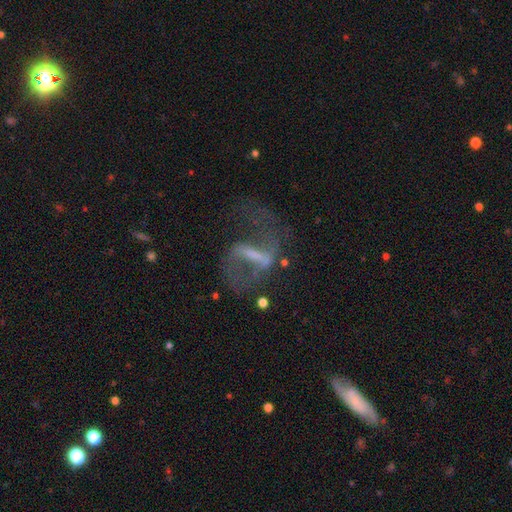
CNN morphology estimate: smooth_or_featured: featured or disk (p=0.78) [alt: smooth p=0.12]
disk_edge_on: no (p=0.93) [alt: yes p=0.07]
bar: strong (p=0.64) [alt: weak p=0.26]
has_spiral_arms: yes (p=0.74) [alt: no p=0.26]
spiral_winding: loose (p=0.63) [alt: medium p=0.29]
spiral_arm_count: 2 (p=0.82) [alt: 1 p=0.08]
bulge_size: none (p=0.42) [alt: small p=0.31]
merging: none (p=0.46) [alt: major disturbance p=0.34]